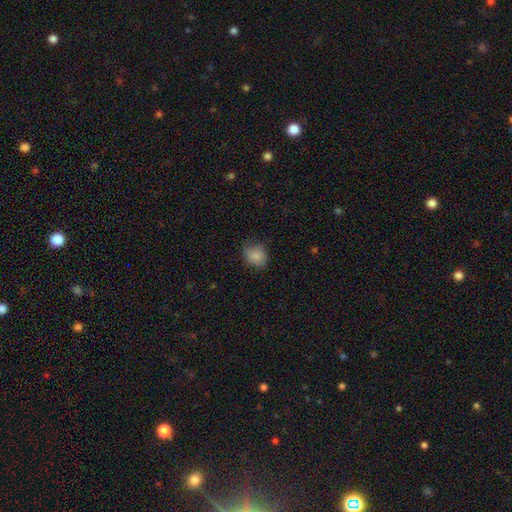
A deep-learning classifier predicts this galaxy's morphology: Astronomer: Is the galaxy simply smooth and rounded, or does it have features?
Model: smooth — 83%.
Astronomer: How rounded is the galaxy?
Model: round — 54% (runner-up: in between, 45%).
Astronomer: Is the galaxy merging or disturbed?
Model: none — 63%.